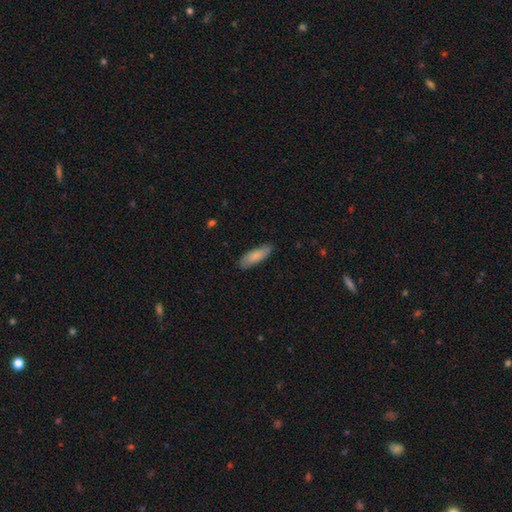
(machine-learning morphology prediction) smooth-or-featured: smooth: 81% | featured or disk: 13% | star or artifact: 6%
  how-rounded: in between: 58% | cigar-shaped: 41% | round: 2%
  merging: none: 83% | minor disturbance: 13% | major disturbance: 2% | merger: 1%